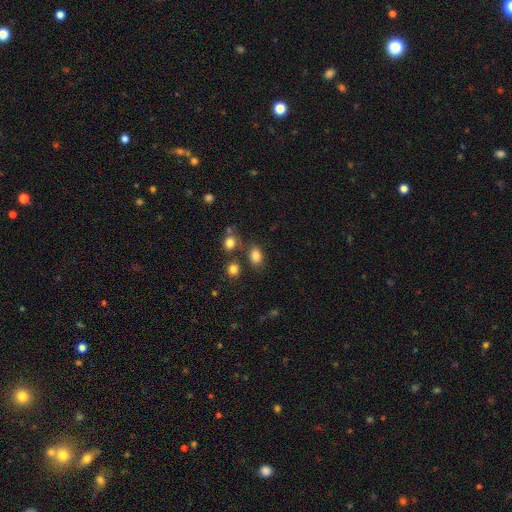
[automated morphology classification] A smooth galaxy with no disk features (82%) that is in between round and cigar-shaped (71%).

Vote fractions:
- Smooth or featured? smooth: 82% / star or artifact: 12% / featured or disk: 6%
- How rounded? in between: 71% / round: 27% / cigar-shaped: 1%
- Merging? none: 70% / minor disturbance: 14% / merger: 11% / major disturbance: 5%